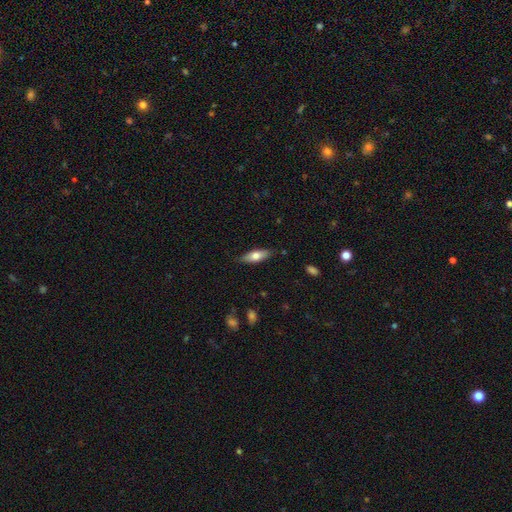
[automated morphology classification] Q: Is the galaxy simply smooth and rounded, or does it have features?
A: smooth — 68%.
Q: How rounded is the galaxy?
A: in between — 62%.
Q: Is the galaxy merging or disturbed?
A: none — 84%.